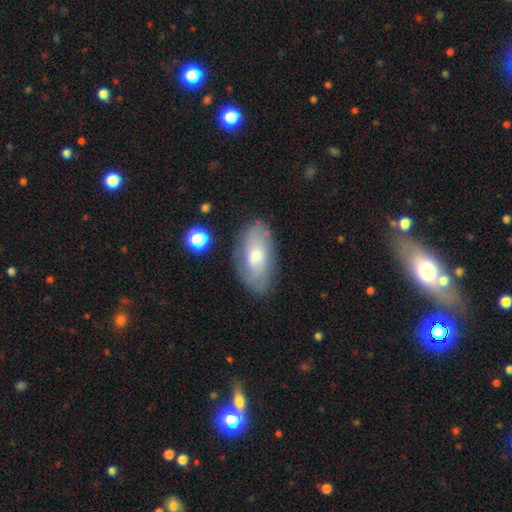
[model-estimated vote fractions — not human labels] smooth 50%, featured or disk 42%, star or artifact 7%. Down the decision tree: how rounded — in between (91%); merging — none (77%).